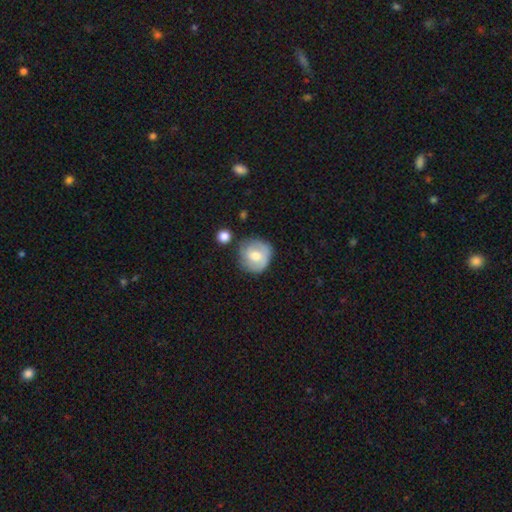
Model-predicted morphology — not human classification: The model was most divided on "smooth or featured": smooth: 57%, featured or disk: 35%, star or artifact: 7%. More confident: how rounded — round (88%); merging — none (65%).